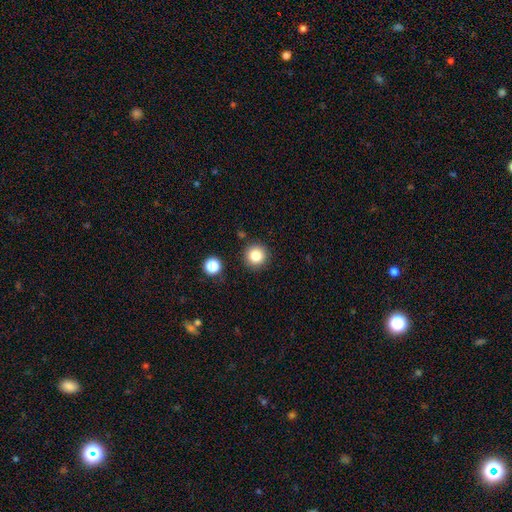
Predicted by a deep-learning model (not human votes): Smooth or featured: smooth — 85% (star or artifact — 11%)
How rounded: round — 95% (in between — 4%)
Merging: none — 89% (minor disturbance — 6%)